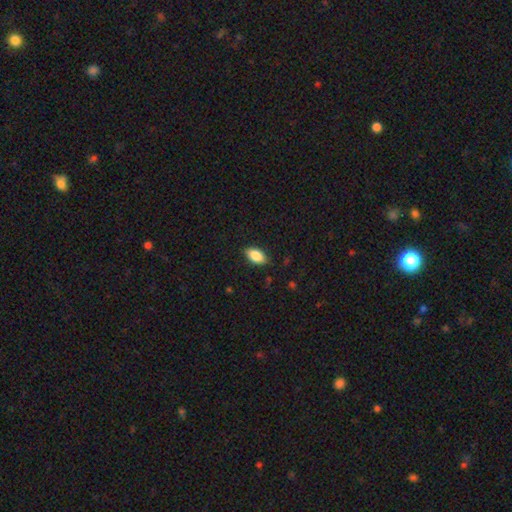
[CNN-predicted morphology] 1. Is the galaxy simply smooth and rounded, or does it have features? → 85% smooth, 7% featured or disk, 7% star or artifact.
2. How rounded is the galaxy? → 92% in between, 4% round, 4% cigar-shaped.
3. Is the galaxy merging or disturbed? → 86% none, 11% minor disturbance, 2% major disturbance, 1% merger.